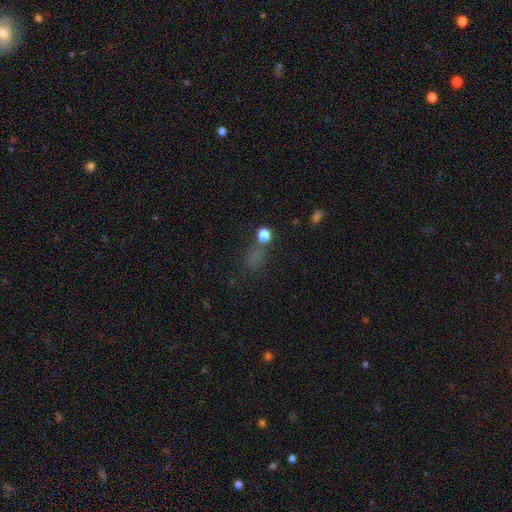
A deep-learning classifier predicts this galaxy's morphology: This is possibly a smooth galaxy (54%). How rounded: possibly round (51%). Merging: likely none (64%).